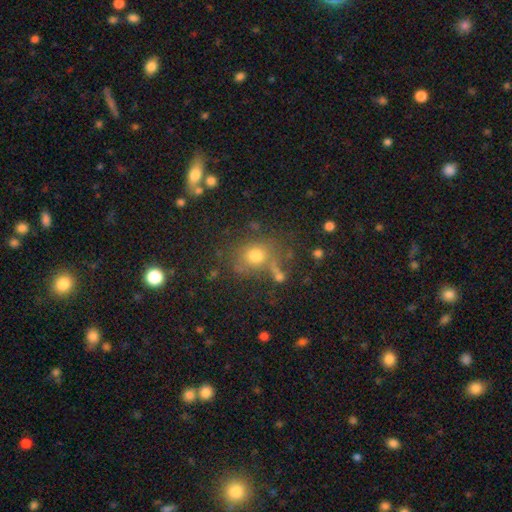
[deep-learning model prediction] Smooth or featured: smooth — 72% (star or artifact — 18%)
How rounded: round — 74% (in between — 25%)
Merging: none — 69% (minor disturbance — 14%)